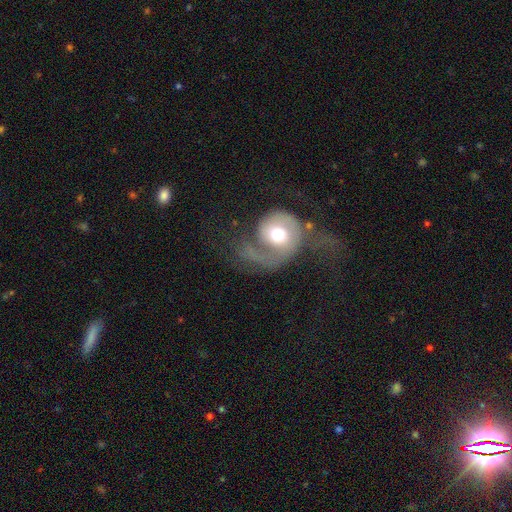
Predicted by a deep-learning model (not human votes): Smooth or featured? Predicted: featured or disk (p=0.77). Edge-on disk? Predicted: no (p=0.97). Bar? Predicted: no (p=0.72). Spiral arms? Predicted: yes (p=0.87). Spiral winding? Predicted: loose (p=0.45). Spiral arm count? Predicted: 2 (p=0.70). Bulge size? Predicted: moderate (p=0.68). Merging? Predicted: major disturbance (p=0.42).